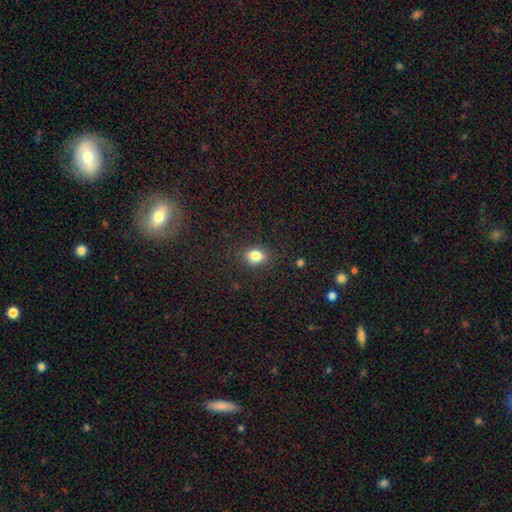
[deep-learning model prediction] smooth 82%, star or artifact 11%, featured or disk 7%. Down the decision tree: how rounded — in between (67%); merging — none (82%).